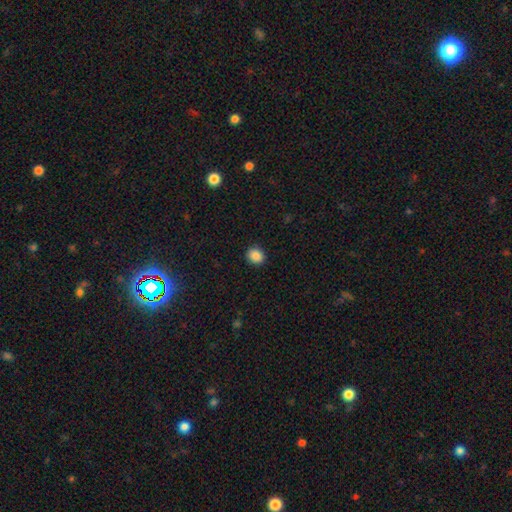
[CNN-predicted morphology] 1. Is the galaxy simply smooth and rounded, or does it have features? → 87% smooth, 10% star or artifact, 4% featured or disk.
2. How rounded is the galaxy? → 72% round, 27% in between, 1% cigar-shaped.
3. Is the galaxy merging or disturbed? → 91% none, 6% minor disturbance, 2% major disturbance, 1% merger.